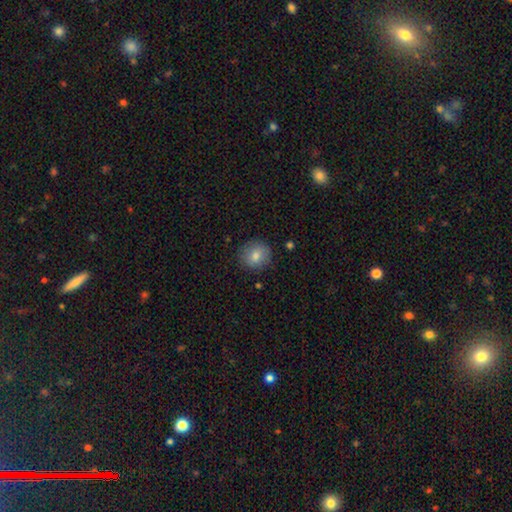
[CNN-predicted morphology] A smooth galaxy with no disk features (80%) that is round (82%).

Vote fractions:
- Smooth or featured? smooth: 80% / featured or disk: 11% / star or artifact: 9%
- How rounded? round: 82% / in between: 17% / cigar-shaped: 1%
- Merging? none: 86% / minor disturbance: 10% / major disturbance: 2% / merger: 2%